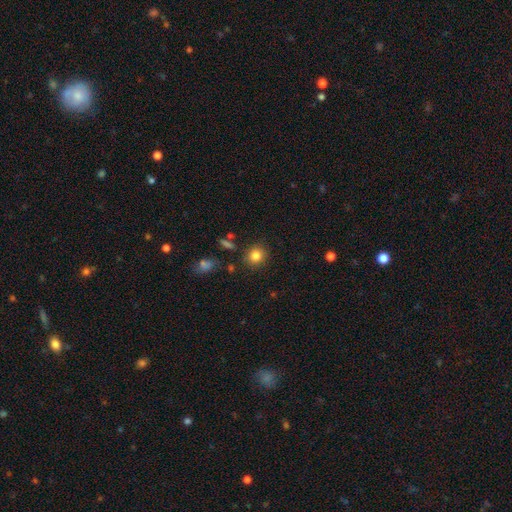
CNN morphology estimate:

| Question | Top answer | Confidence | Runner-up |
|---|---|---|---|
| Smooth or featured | smooth | 83% | star or artifact (11%) |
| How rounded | round | 86% | in between (13%) |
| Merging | none | 87% | minor disturbance (8%) |